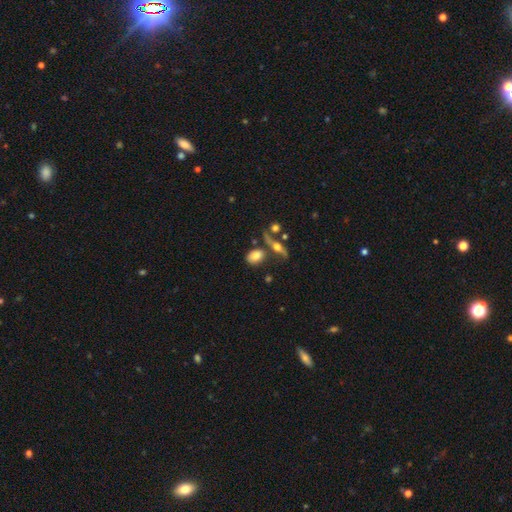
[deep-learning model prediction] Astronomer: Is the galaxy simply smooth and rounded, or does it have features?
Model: smooth — 72%.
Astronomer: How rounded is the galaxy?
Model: in between — 80%.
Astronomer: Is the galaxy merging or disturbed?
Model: none — 56%.